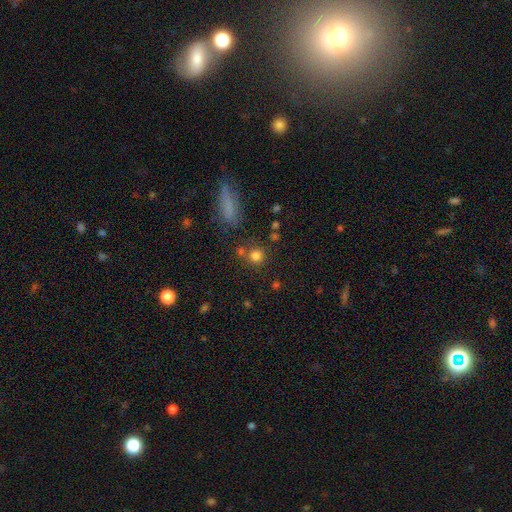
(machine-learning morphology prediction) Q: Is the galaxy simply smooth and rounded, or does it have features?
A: smooth — 78%.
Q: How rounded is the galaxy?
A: round — 88%.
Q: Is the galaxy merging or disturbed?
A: none — 70%.